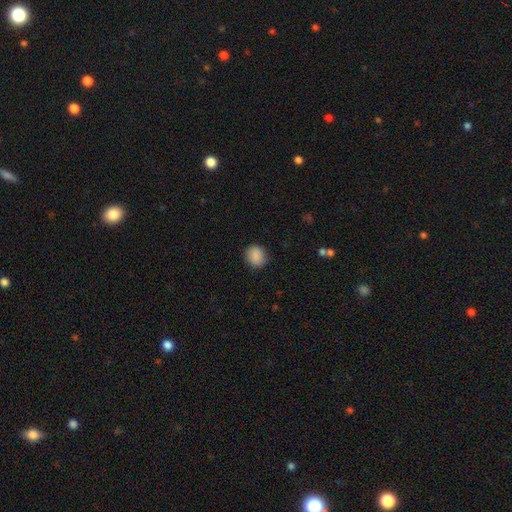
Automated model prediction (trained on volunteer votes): smooth 89%, star or artifact 8%, featured or disk 3%. Down the decision tree: how rounded — round (80%); merging — none (89%).